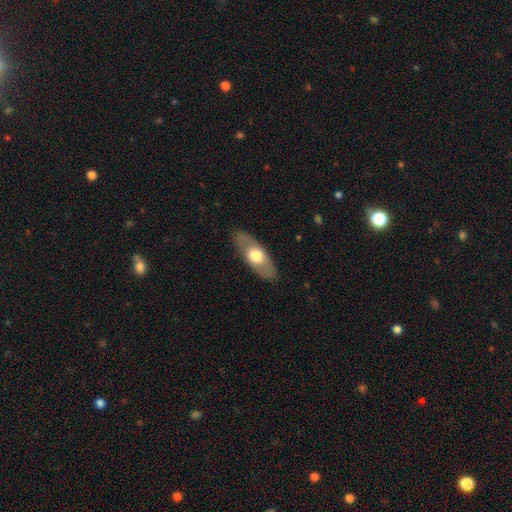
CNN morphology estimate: The model was most divided on "smooth or featured": smooth: 54%, featured or disk: 41%, star or artifact: 5%. More confident: merging — none (85%); how rounded — in between (75%).